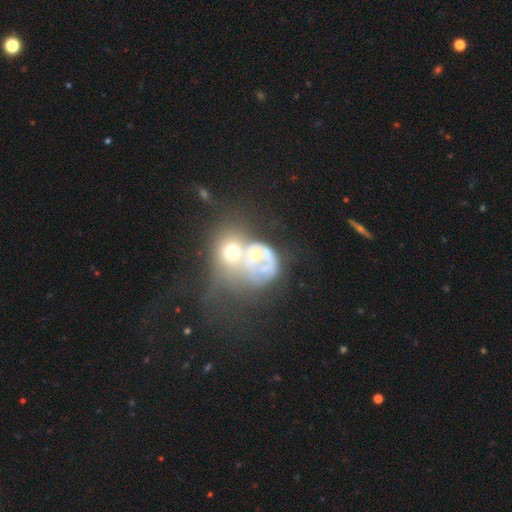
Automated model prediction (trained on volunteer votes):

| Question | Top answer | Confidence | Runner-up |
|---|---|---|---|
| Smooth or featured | featured or disk | 49% | smooth (37%) |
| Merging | merger | 65% | major disturbance (17%) |